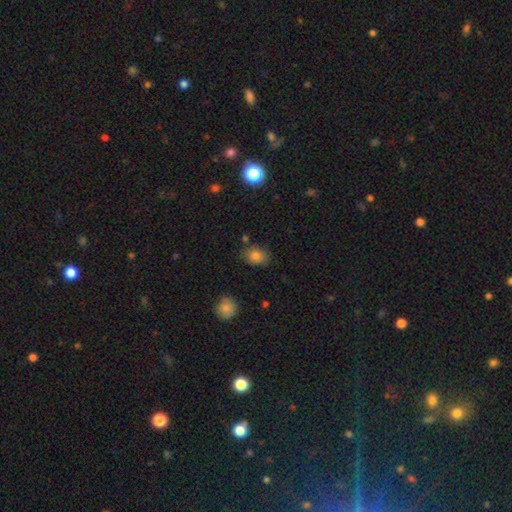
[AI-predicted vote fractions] Smooth or featured? Predicted: smooth (p=0.81). How rounded? Predicted: in between (p=0.62). Merging? Predicted: none (p=0.76).